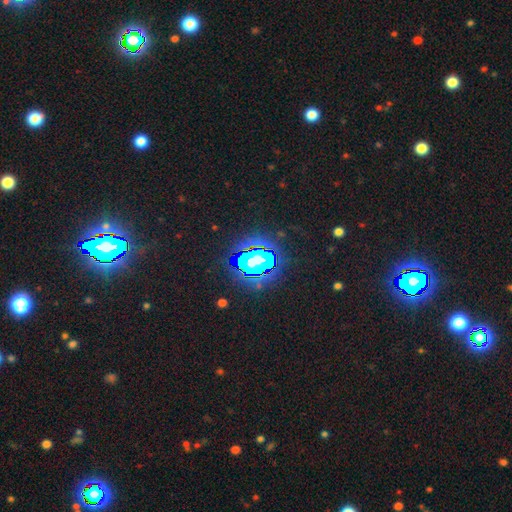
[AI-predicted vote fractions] This appears to be a star or artifact, not a galaxy (76%).